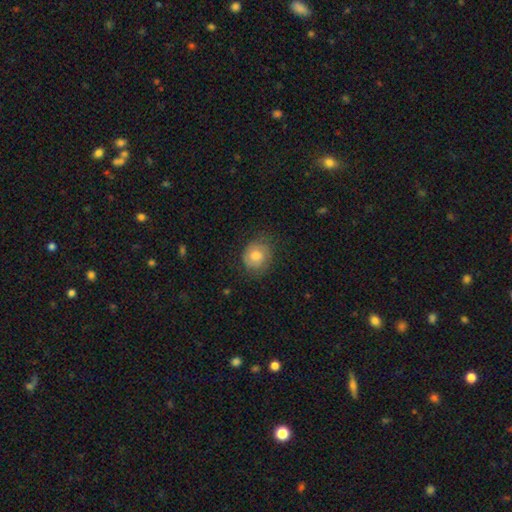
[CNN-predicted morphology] The model was most divided on "smooth or featured": smooth: 61%, featured or disk: 30%, star or artifact: 9%. More confident: how rounded — round (75%); merging — none (73%).